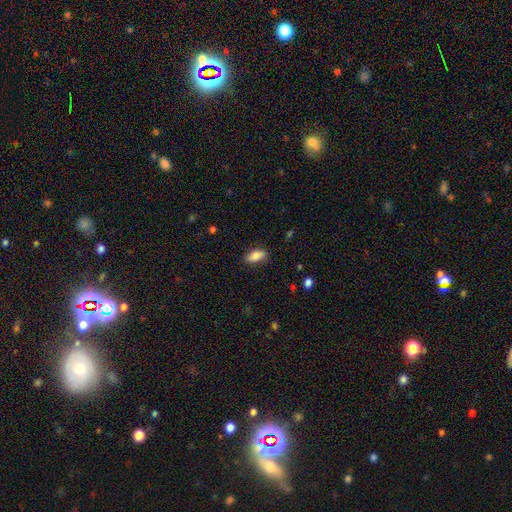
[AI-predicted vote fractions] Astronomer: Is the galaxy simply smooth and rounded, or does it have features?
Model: smooth — 83%.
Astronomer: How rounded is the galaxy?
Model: in between — 86%.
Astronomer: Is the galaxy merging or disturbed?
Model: none — 84%.